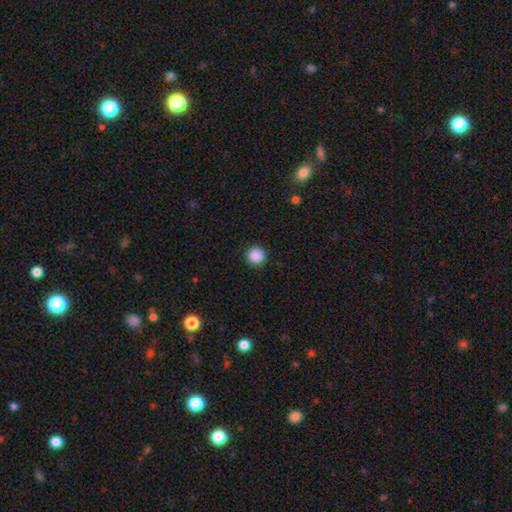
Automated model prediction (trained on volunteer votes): This appears to be a smooth galaxy with no disk features (88%) that is round (95%). Merging: none (91%).